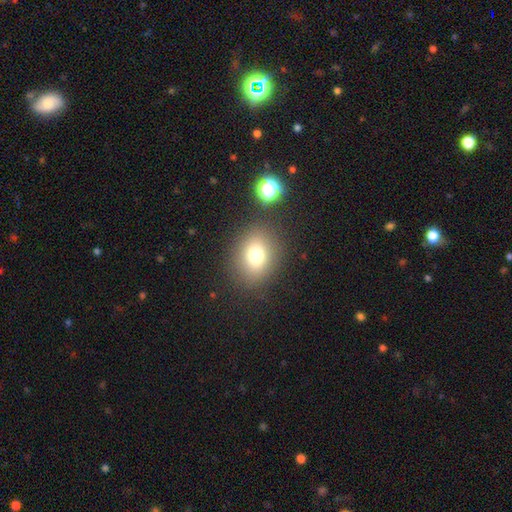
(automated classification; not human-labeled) Overall: smooth (75%). How rounded: round (55%; in between 44%). Merging: none (83%).